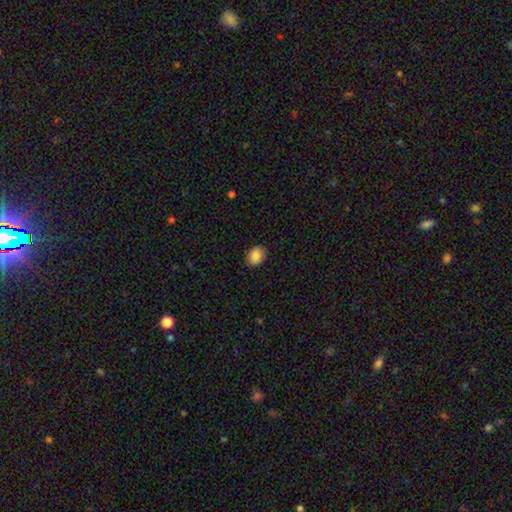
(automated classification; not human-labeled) Morphology: type=smooth (87%); roundness=in between (68%); merging=none (89%).